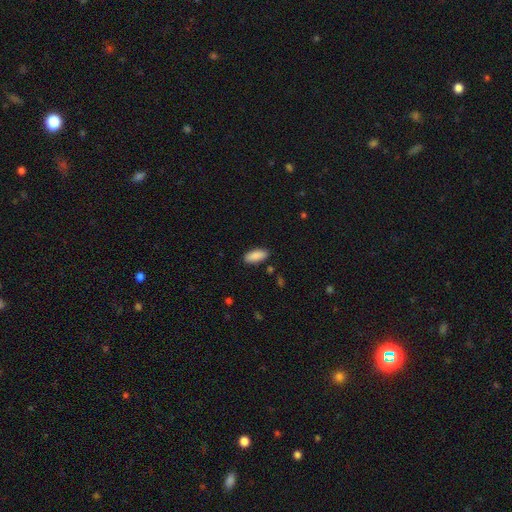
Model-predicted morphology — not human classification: Q: Smooth or featured?
A: smooth (90%); runner-up: star or artifact (6%)
Q: How rounded?
A: in between (85%); runner-up: cigar-shaped (14%)
Q: Merging?
A: none (87%); runner-up: minor disturbance (9%)